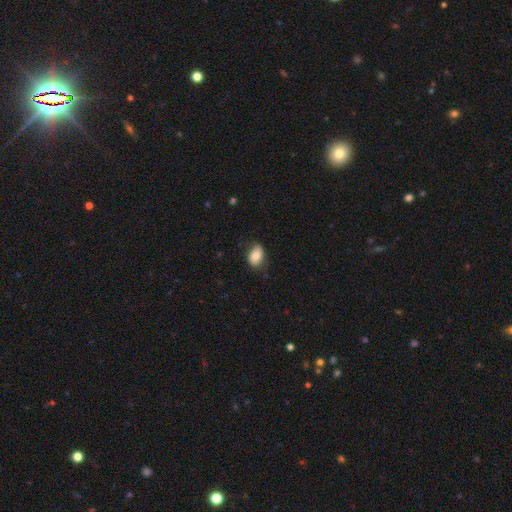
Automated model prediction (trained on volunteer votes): Morphology: type=smooth (80%); roundness=in between (85%); merging=none (72%).